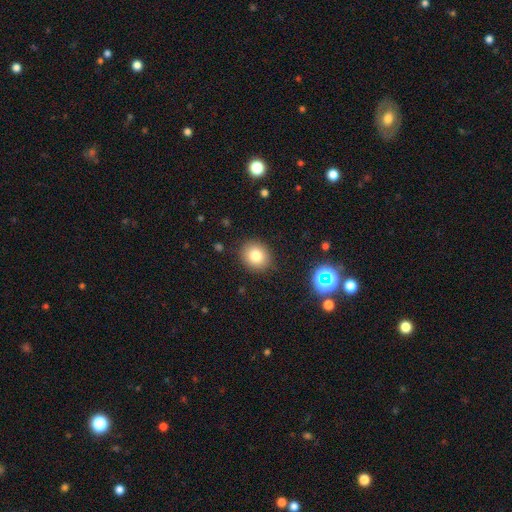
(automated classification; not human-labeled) This appears to be a smooth galaxy with no disk features (79%) that is round (76%). Merging: none (88%).